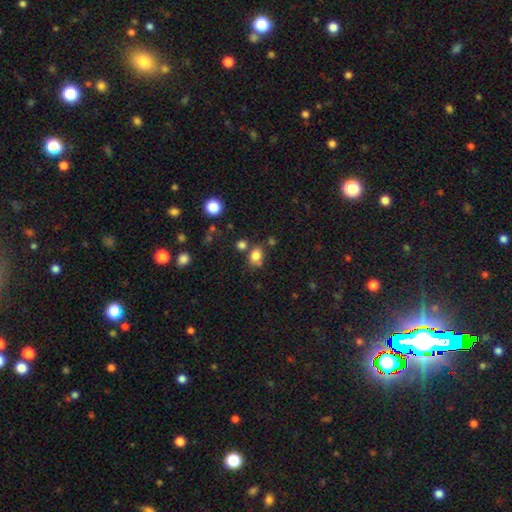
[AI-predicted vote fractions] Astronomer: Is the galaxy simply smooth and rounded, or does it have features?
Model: smooth — 81%.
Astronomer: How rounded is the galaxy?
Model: in between — 55% (runner-up: round, 44%).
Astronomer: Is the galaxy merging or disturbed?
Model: none — 65%.